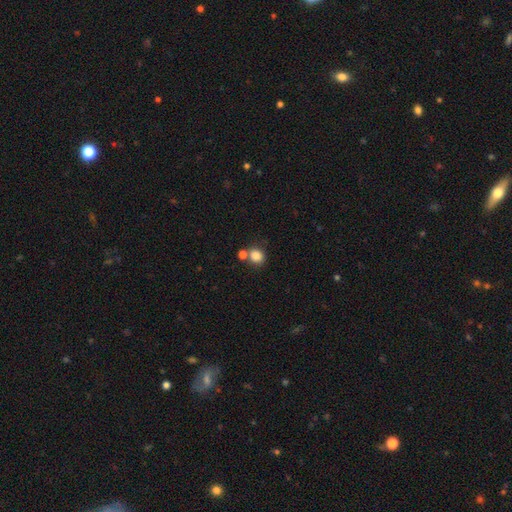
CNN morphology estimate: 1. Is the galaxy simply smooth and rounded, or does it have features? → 83% smooth, 11% star or artifact, 6% featured or disk.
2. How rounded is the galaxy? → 81% round, 18% in between, 1% cigar-shaped.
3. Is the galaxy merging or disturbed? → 63% none, 23% merger, 10% minor disturbance, 4% major disturbance.